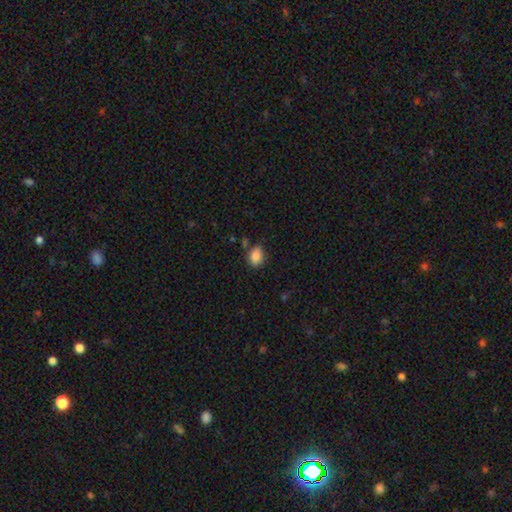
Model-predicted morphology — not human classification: This appears to be a smooth galaxy with no disk features (86%) that is in between round and cigar-shaped (79%). Merging: none (72%).